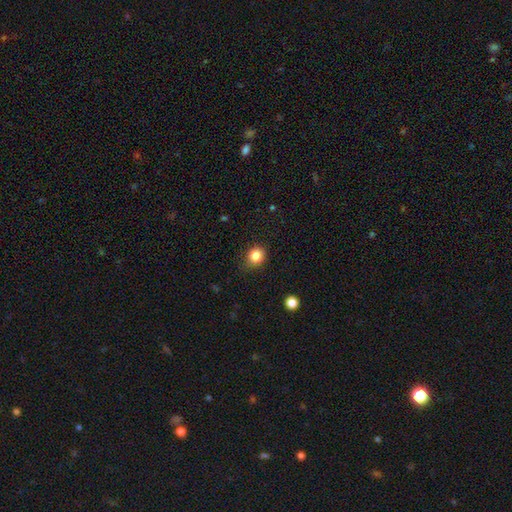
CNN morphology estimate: The model was most divided on "how rounded": round: 77%, in between: 23%, cigar-shaped: 1%. More confident: smooth or featured — smooth (84%); merging — none (84%).